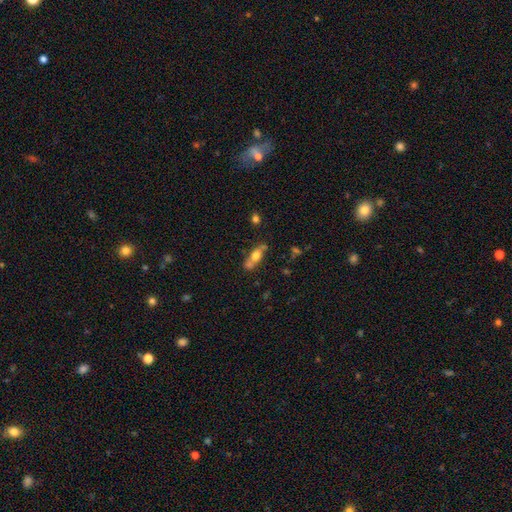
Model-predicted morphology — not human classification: Smooth or featured?
  - smooth: 62% *
  - featured or disk: 28%
  - star or artifact: 10%
How rounded?
  - in between: 66% *
  - cigar-shaped: 23%
  - round: 11%
Merging?
  - none: 46% *
  - merger: 31%
  - minor disturbance: 16%
  - major disturbance: 6%